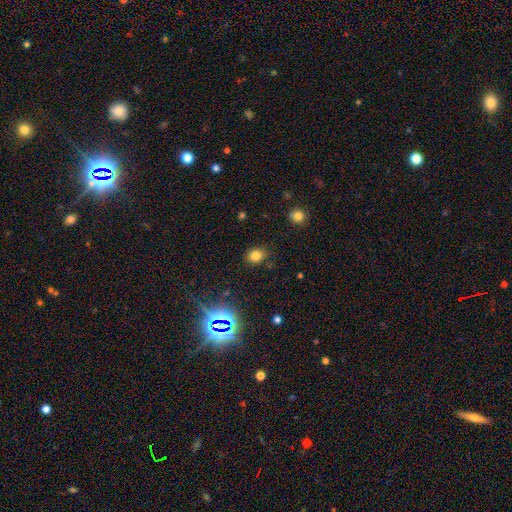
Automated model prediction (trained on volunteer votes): smooth 77%, star or artifact 16%, featured or disk 6%. Down the decision tree: how rounded — in between (51%); merging — none (84%).